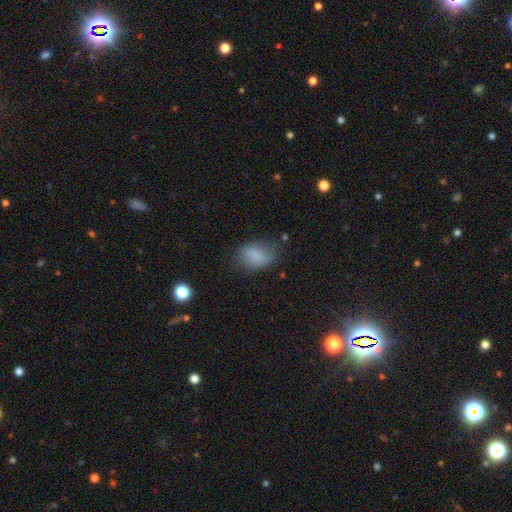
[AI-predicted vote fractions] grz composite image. It shows a smooth galaxy with no disk features (82%) that is in between round and cigar-shaped (80%). Merging: none (64%).